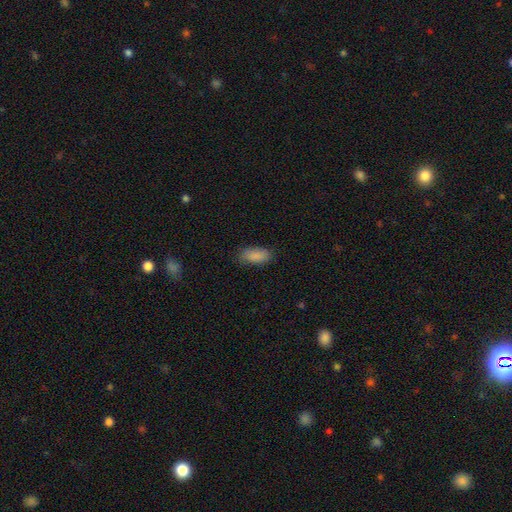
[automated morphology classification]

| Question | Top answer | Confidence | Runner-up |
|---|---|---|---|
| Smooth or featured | smooth | 88% | star or artifact (7%) |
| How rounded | in between | 90% | cigar-shaped (8%) |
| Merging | none | 81% | minor disturbance (15%) |